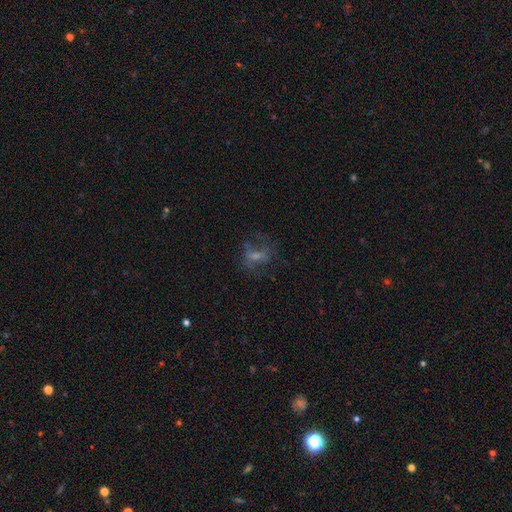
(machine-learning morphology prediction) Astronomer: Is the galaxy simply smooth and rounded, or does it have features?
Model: featured or disk — 46% (runner-up: smooth, 37%).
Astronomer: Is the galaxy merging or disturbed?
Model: none — 49% (runner-up: major disturbance, 30%).